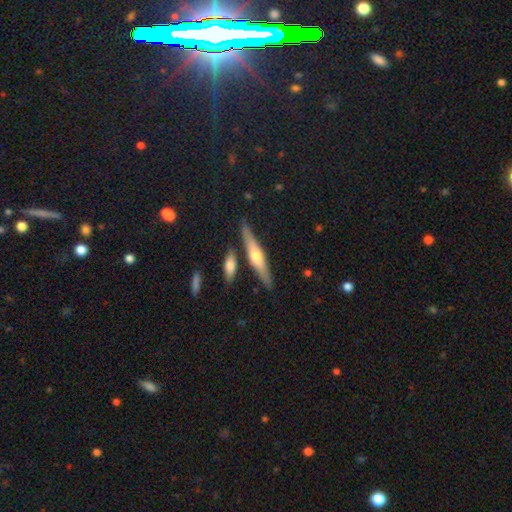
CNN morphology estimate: A featured or disk galaxy (60%) viewed edge-on (94%) with a rounded central bulge (87%).

Vote fractions:
- Smooth or featured? featured or disk: 60% / smooth: 33% / star or artifact: 6%
- Edge-on disk? yes: 94% / no: 6%
- Edge-on bulge? rounded: 87% / none: 8% / boxy: 6%
- Merging? none: 82% / minor disturbance: 9% / merger: 7% / major disturbance: 2%